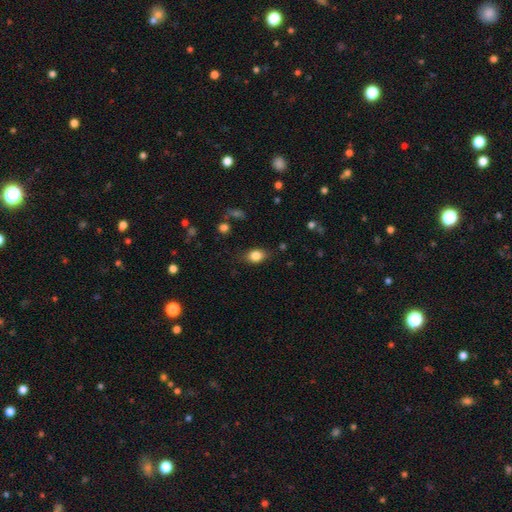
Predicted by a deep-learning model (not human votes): smooth_or_featured: smooth (p=0.83) [alt: star or artifact p=0.09]
how_rounded: in between (p=0.70) [alt: round p=0.29]
merging: none (p=0.78) [alt: minor disturbance p=0.16]